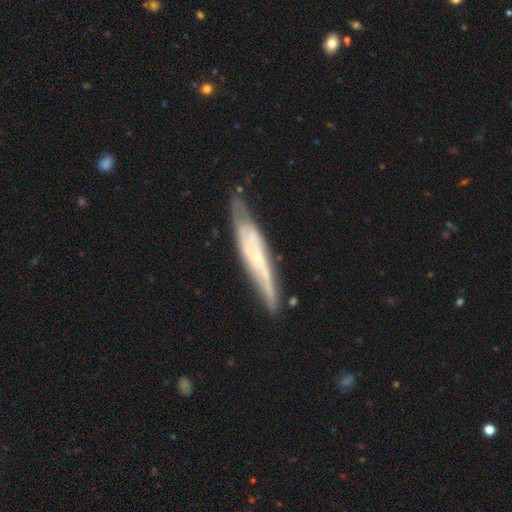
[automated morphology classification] This appears to be a featured or disk galaxy (69%) viewed edge-on (61%). Merging: none (69%).